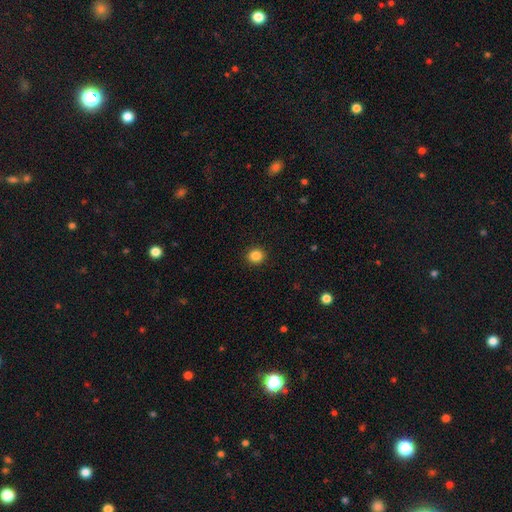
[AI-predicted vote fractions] This appears to be a smooth galaxy with no disk features (86%) that is round (87%). Merging: none (92%).